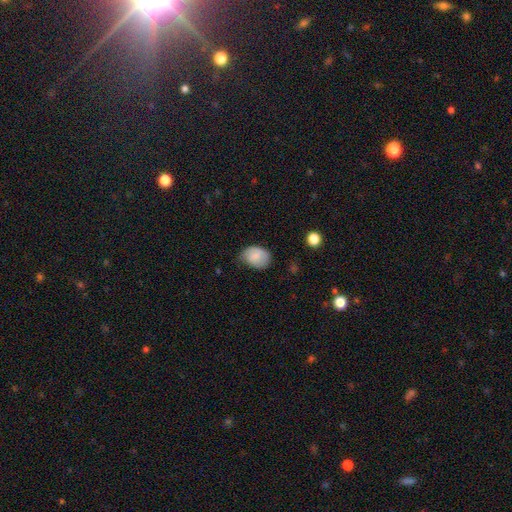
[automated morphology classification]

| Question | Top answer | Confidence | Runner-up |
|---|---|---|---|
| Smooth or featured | smooth | 80% | featured or disk (12%) |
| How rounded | in between | 65% | round (34%) |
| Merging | none | 51% | minor disturbance (38%) |